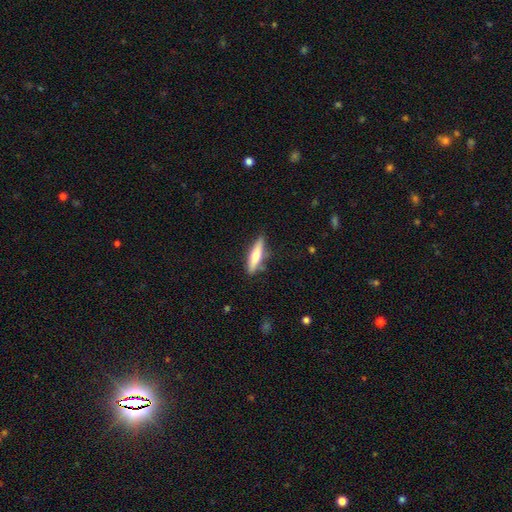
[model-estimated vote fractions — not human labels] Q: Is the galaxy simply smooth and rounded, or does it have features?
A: smooth — 58%.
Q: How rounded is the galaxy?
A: cigar-shaped — 75%.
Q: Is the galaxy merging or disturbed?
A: none — 82%.